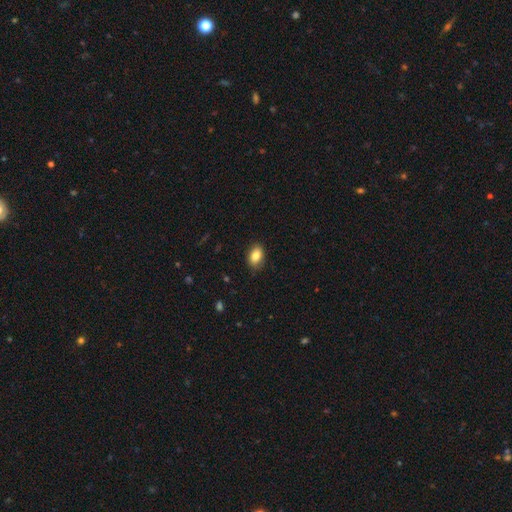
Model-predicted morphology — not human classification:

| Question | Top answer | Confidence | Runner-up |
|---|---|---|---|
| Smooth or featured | smooth | 85% | star or artifact (8%) |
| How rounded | in between | 85% | round (14%) |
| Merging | none | 86% | minor disturbance (11%) |